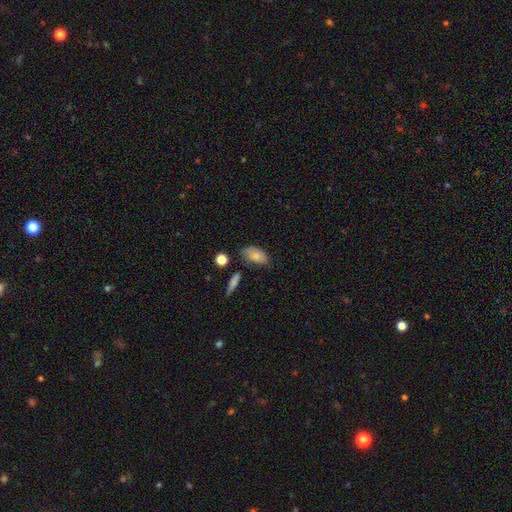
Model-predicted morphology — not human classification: smooth-or-featured: smooth: 79% | featured or disk: 14% | star or artifact: 8%
  how-rounded: in between: 91% | round: 6% | cigar-shaped: 4%
  merging: none: 67% | minor disturbance: 22% | merger: 6% | major disturbance: 5%